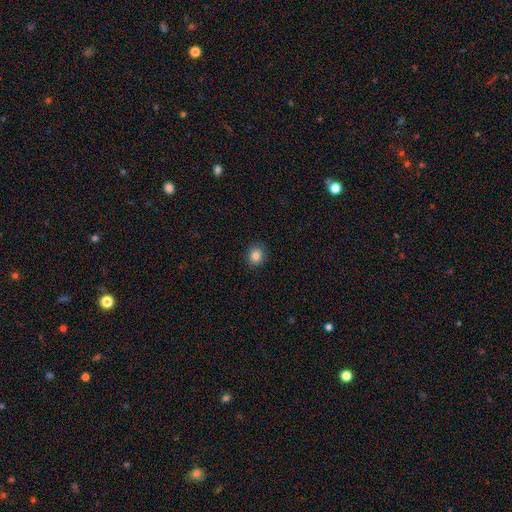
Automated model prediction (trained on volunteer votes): smooth 86%, star or artifact 10%, featured or disk 4%. Down the decision tree: how rounded — round (78%); merging — none (89%).